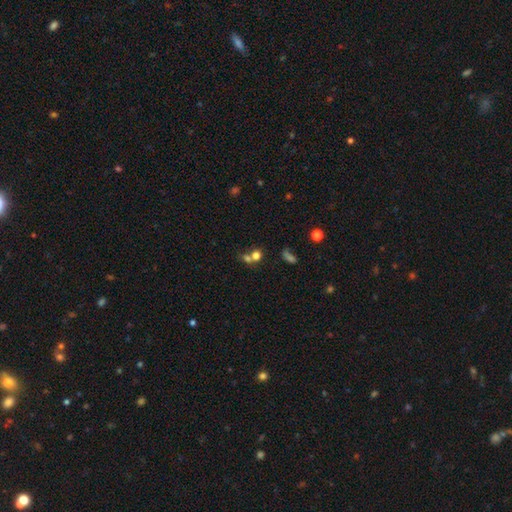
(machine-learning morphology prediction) This appears to be a smooth galaxy with no disk features (68%) that is round (72%). Merging: merger (50%).